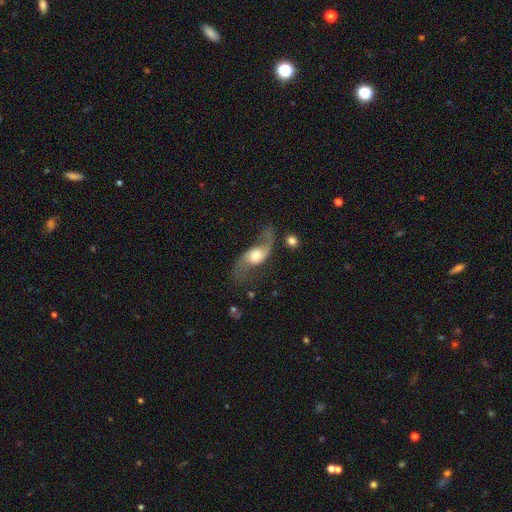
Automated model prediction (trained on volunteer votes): Smooth or featured? featured or disk (78%)
Edge-on disk? no (92%)
Bar? no (63%)
Spiral arms? yes (92%)
Spiral winding? loose (85%)
Spiral arm count? 2 (88%)
Bulge size? moderate (55%)
Merging? none (53%)